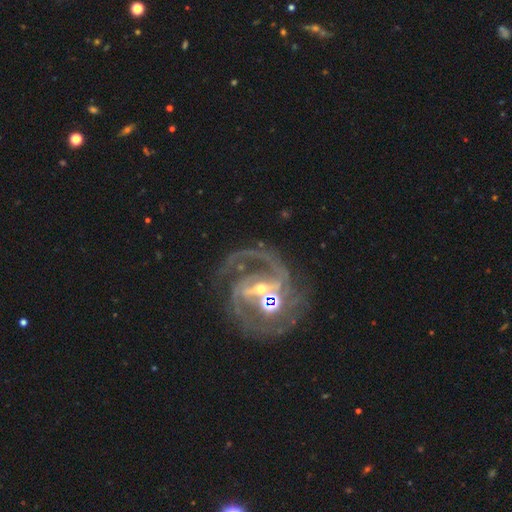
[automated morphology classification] This is clearly a featured or disk galaxy (88%). It is clearly not viewed edge-on (98%). Bar: marginally weak (43%). Spiral arm pattern: clearly yes (96%). Spiral arm count: likely 2 (62%). Spiral winding: possibly medium (50%). Central bulge: possibly small (50%). Merging: possibly none (45%).